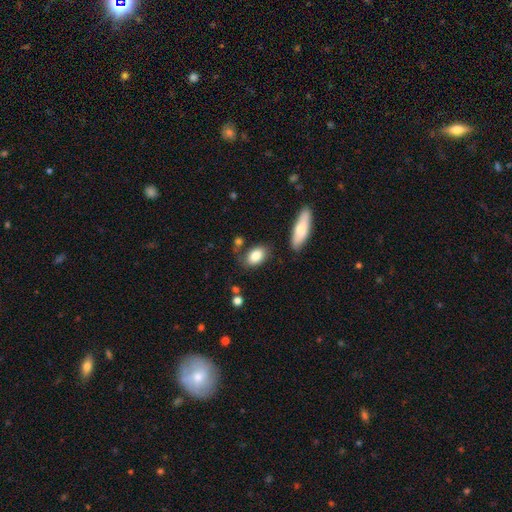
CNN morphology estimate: Smooth or featured? smooth (85%)
How rounded? in between (87%)
Merging? none (71%)